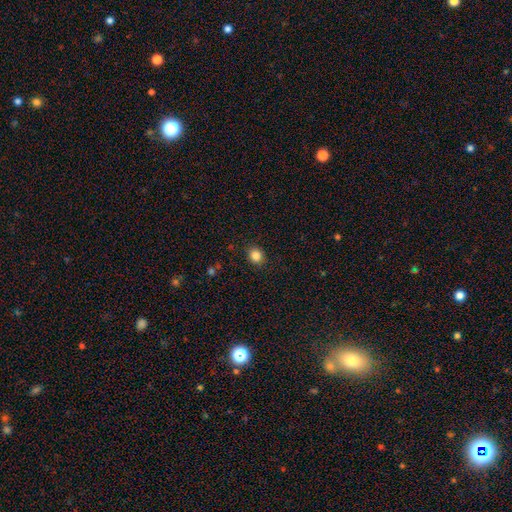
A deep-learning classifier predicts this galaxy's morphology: smooth_or_featured: smooth (p=0.85) [alt: star or artifact p=0.11]
how_rounded: round (p=0.75) [alt: in between p=0.25]
merging: none (p=0.89) [alt: minor disturbance p=0.08]